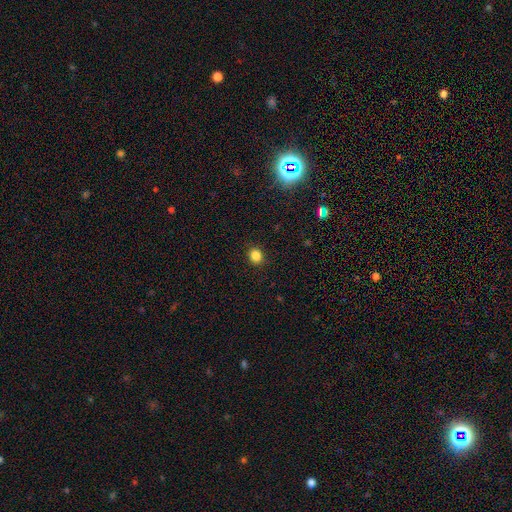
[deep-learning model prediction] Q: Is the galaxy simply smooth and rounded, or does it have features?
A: smooth — 84%.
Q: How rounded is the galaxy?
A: round — 72%.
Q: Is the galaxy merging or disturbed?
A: none — 91%.